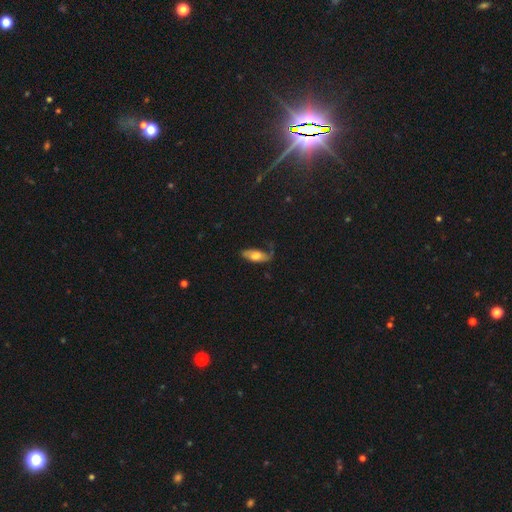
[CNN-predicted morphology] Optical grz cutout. It shows a smooth galaxy with no disk features (53%) that is in between round and cigar-shaped (78%). Merging: none (49%).